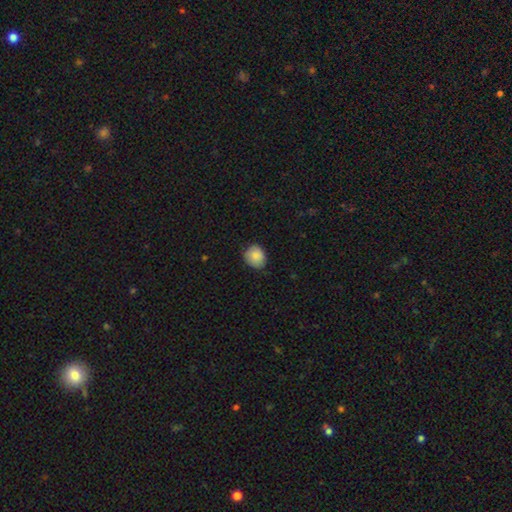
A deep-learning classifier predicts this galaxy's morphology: smooth 86%, star or artifact 7%, featured or disk 6%. Down the decision tree: how rounded — round (70%); merging — none (74%).